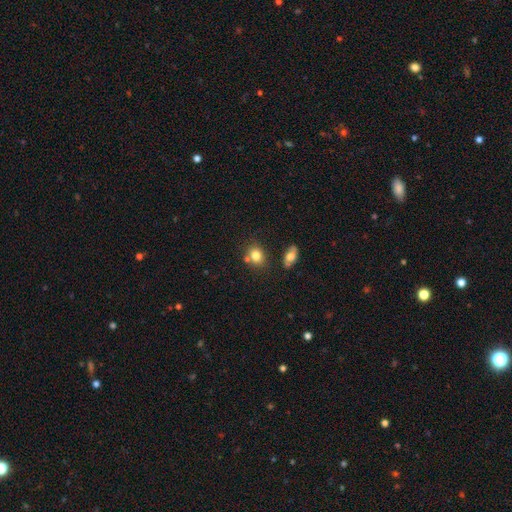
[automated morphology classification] smooth-or-featured: smooth: 79% | star or artifact: 11% | featured or disk: 10%
  how-rounded: round: 53% | in between: 45% | cigar-shaped: 1%
  merging: none: 66% | merger: 17% | minor disturbance: 13% | major disturbance: 4%